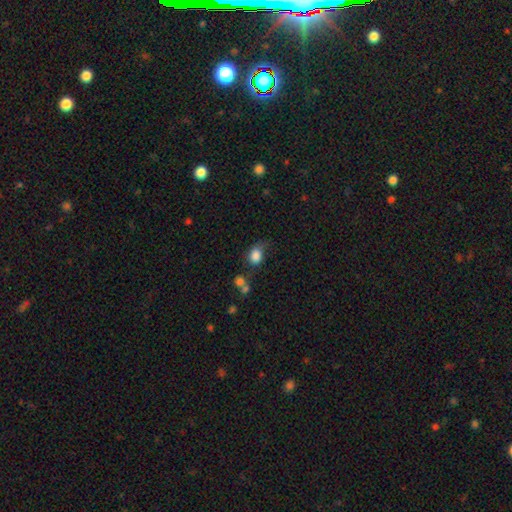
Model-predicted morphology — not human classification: The model was most divided on "how rounded": in between: 55%, round: 44%, cigar-shaped: 1%. Remaining: smooth or featured — smooth (83%); merging — none (43%).